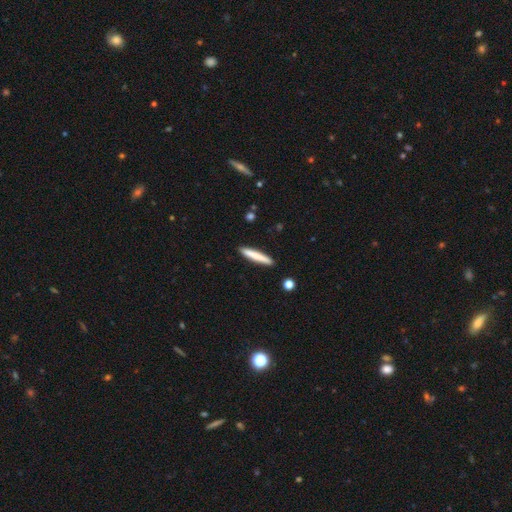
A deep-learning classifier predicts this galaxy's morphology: Smooth or featured?
  - smooth: 74% *
  - featured or disk: 20%
  - star or artifact: 6%
How rounded?
  - cigar-shaped: 95% *
  - in between: 4%
  - round: 1%
Merging?
  - none: 90% *
  - minor disturbance: 7%
  - merger: 2%
  - major disturbance: 1%